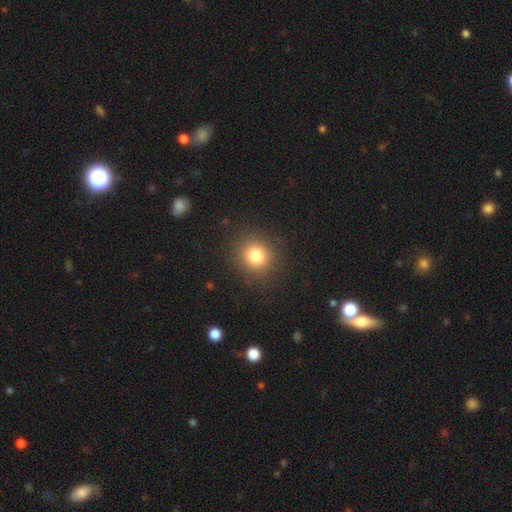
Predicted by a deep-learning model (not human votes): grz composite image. It shows a smooth galaxy with no disk features (80%) that is round (87%). Merging: none (89%).